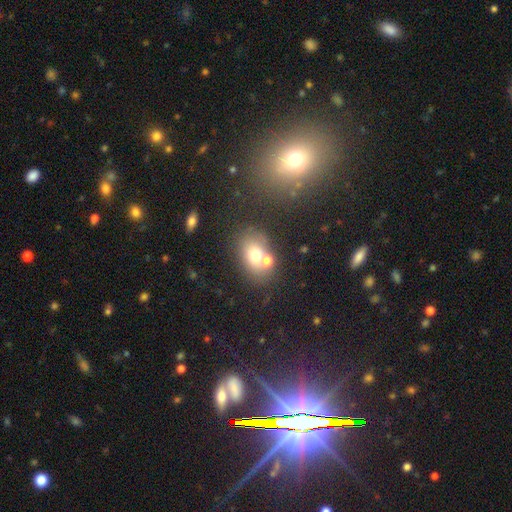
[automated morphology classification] A smooth galaxy with no disk features (66%) that is in between round and cigar-shaped (61%). Merging: none (47%).